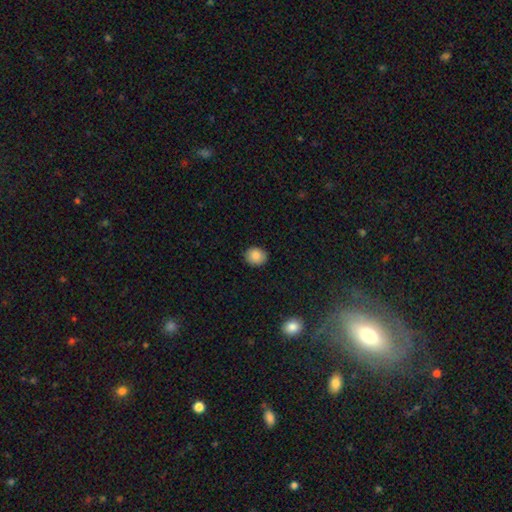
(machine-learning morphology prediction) type=smooth (87%); roundness=round (68%); merging=none (87%).